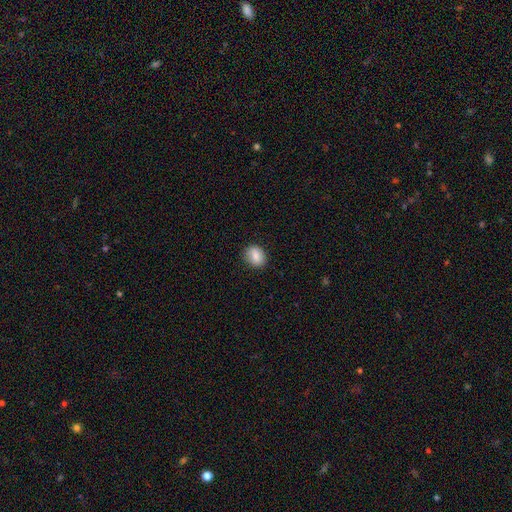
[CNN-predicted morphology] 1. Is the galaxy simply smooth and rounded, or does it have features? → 82% smooth, 10% featured or disk, 8% star or artifact.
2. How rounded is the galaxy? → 54% round, 45% in between, 1% cigar-shaped.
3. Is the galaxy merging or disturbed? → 86% none, 10% minor disturbance, 2% major disturbance, 1% merger.